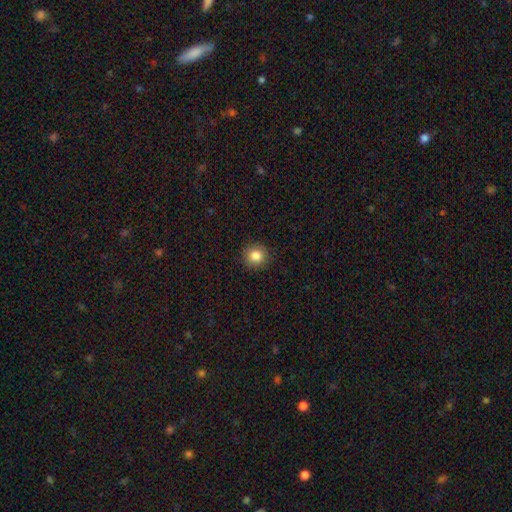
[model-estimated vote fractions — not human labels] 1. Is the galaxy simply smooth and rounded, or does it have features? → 84% smooth, 10% star or artifact, 6% featured or disk.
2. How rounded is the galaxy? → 89% round, 10% in between, 1% cigar-shaped.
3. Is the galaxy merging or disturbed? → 91% none, 6% minor disturbance, 2% major disturbance, 1% merger.